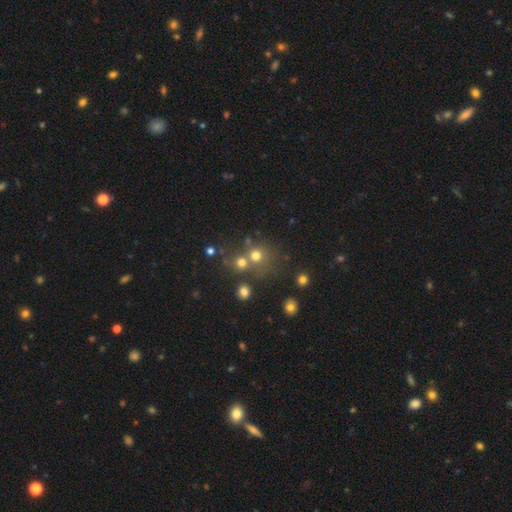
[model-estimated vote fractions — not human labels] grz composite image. It shows a smooth galaxy with no disk features (70%) that is round (88%). Merging: none (55%).